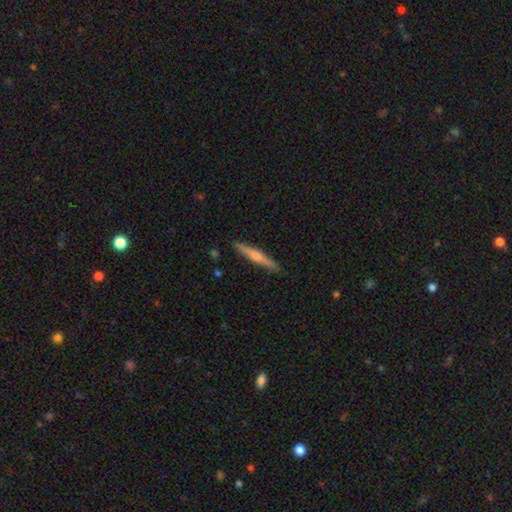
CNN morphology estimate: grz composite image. It shows a featured or disk galaxy (62%) viewed edge-on (98%) with a rounded central bulge (77%). Merging: none (90%).